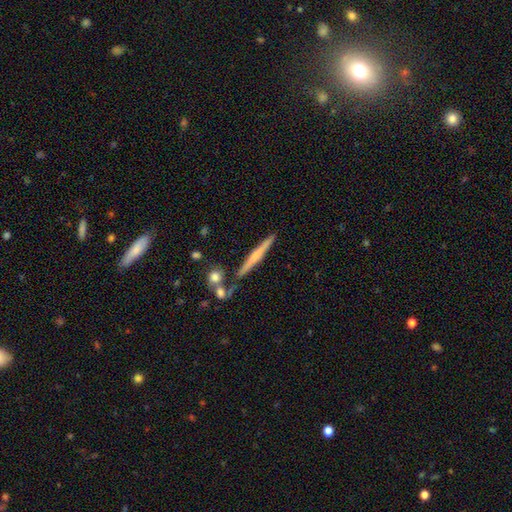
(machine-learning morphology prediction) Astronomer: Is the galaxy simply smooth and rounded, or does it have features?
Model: featured or disk — 52% (runner-up: smooth, 41%).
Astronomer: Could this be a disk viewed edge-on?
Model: yes — 96%.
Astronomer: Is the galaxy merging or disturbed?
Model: none — 76%.